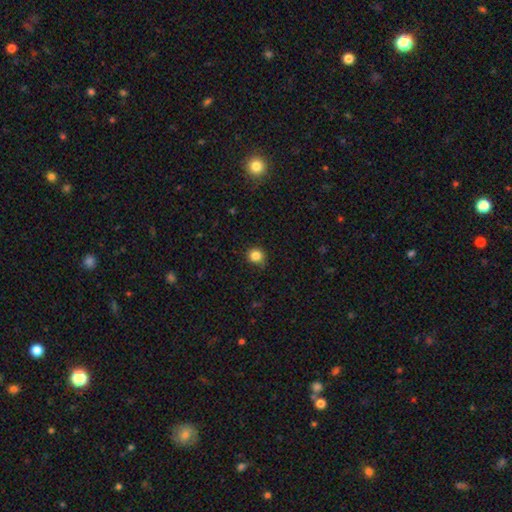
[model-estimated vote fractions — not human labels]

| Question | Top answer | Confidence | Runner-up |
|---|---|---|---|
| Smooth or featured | smooth | 84% | star or artifact (12%) |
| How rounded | round | 90% | in between (9%) |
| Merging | none | 77% | minor disturbance (18%) |